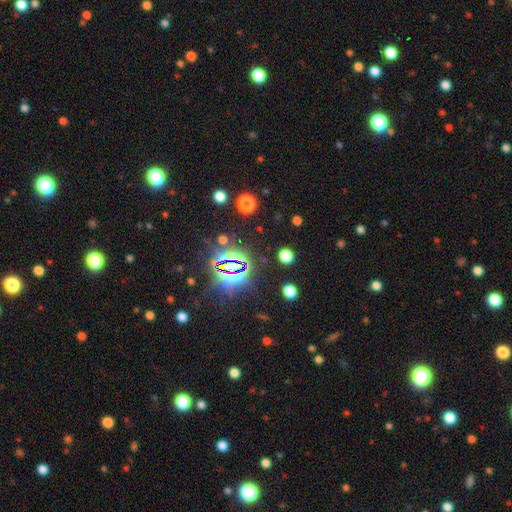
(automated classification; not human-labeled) A star or artifact, not a galaxy (82%).